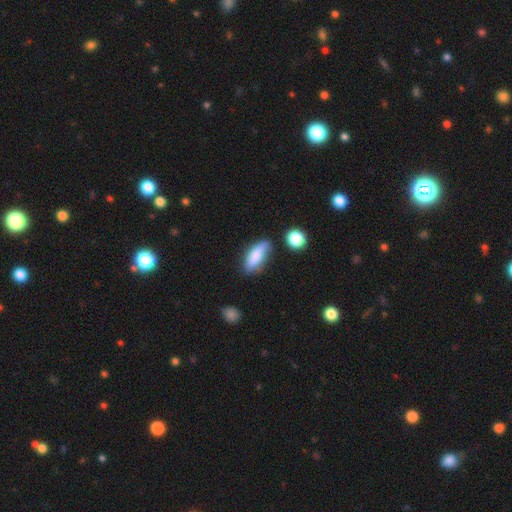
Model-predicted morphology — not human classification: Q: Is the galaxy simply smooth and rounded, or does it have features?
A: smooth — 79%.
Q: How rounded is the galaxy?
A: in between — 68%.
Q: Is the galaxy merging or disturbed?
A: none — 63%.